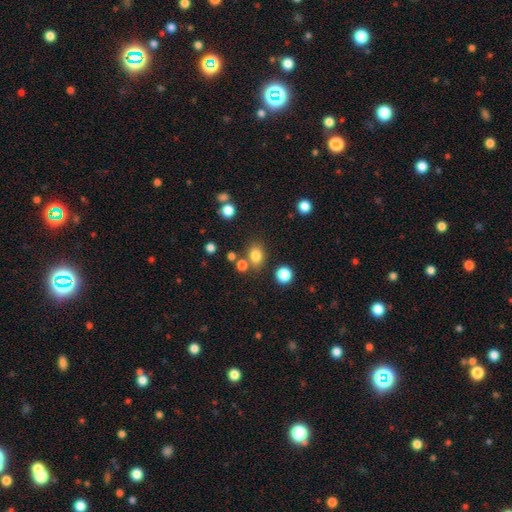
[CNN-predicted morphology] Smooth or featured? smooth (80%)
How rounded? round (55%)
Merging? none (74%)